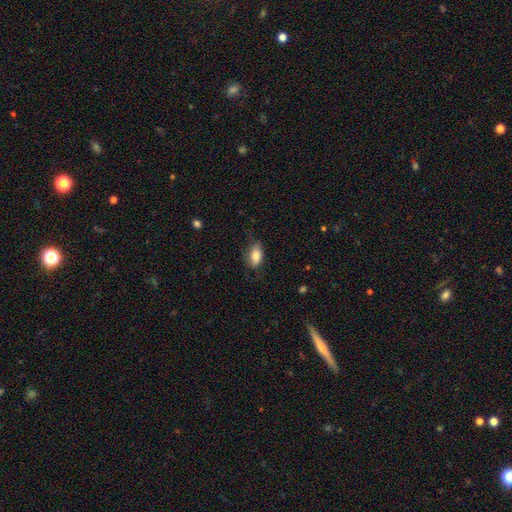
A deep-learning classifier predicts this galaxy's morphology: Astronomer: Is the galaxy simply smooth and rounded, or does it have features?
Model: smooth — 84%.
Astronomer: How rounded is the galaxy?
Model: in between — 90%.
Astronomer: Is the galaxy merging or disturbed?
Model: none — 69%.